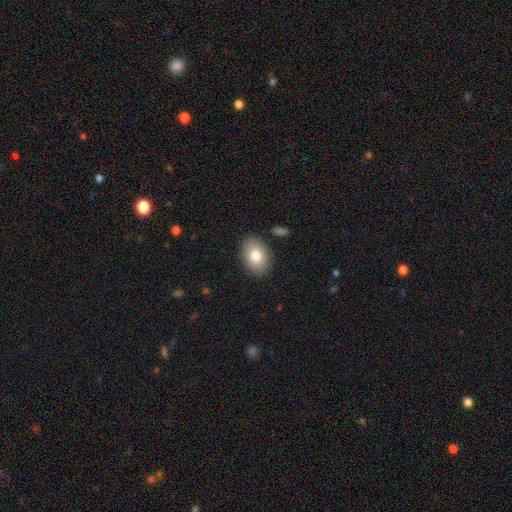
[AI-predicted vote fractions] smooth 82%, featured or disk 11%, star or artifact 7%. Down the decision tree: how rounded — in between (81%); merging — none (87%).